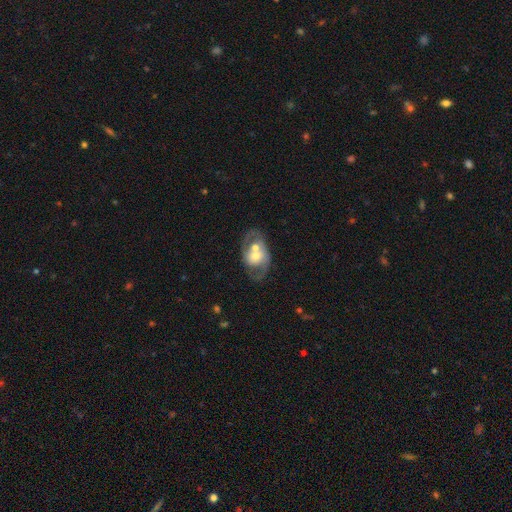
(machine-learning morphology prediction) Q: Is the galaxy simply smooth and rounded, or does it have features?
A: featured or disk — 66%.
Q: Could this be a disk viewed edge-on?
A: no — 96%.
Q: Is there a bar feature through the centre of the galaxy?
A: no — 69%.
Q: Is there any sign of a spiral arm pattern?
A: yes — 63%.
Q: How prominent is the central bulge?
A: moderate — 58%.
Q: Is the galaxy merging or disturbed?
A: merger — 42%.